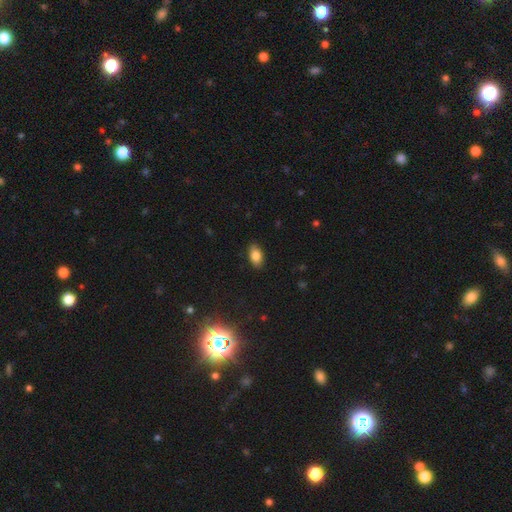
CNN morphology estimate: smooth-or-featured: smooth: 84% | star or artifact: 8% | featured or disk: 8%
  how-rounded: in between: 91% | round: 6% | cigar-shaped: 4%
  merging: none: 87% | minor disturbance: 10% | major disturbance: 2% | merger: 1%